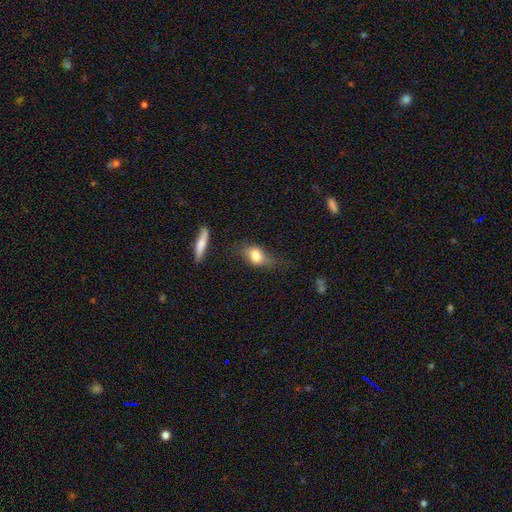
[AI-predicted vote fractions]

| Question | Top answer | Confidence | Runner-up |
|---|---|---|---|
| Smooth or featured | smooth | 74% | featured or disk (17%) |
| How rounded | in between | 72% | round (21%) |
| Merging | none | 47% | minor disturbance (31%) |